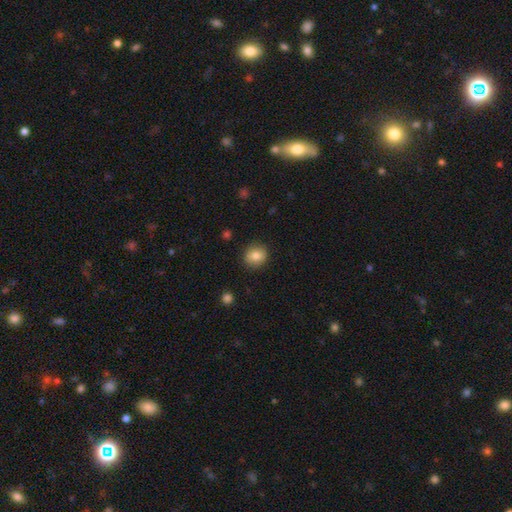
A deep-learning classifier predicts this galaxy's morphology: smooth 82%, star or artifact 9%, featured or disk 8%. Down the decision tree: how rounded — round (82%); merging — none (89%).